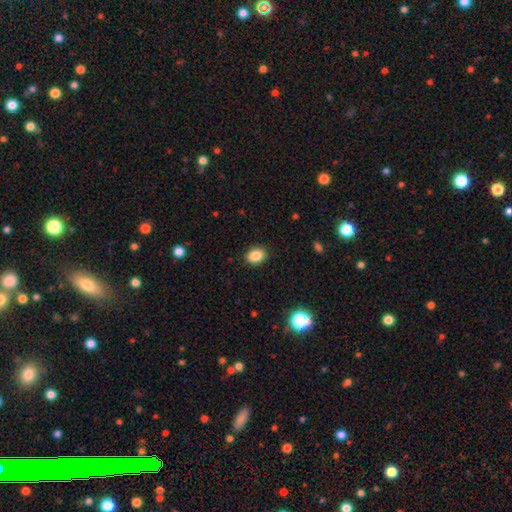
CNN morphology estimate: The model was most divided on "how rounded": in between: 65%, round: 34%, cigar-shaped: 1%. More confident: merging — none (89%); smooth or featured — smooth (86%).